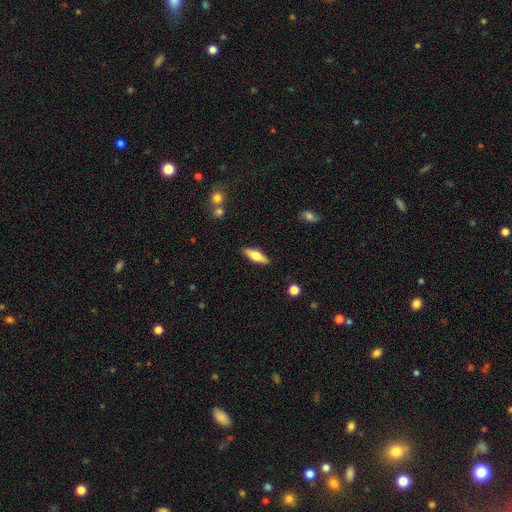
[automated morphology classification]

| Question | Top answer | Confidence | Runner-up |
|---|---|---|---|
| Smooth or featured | smooth | 50% | featured or disk (44%) |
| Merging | none | 88% | minor disturbance (9%) |